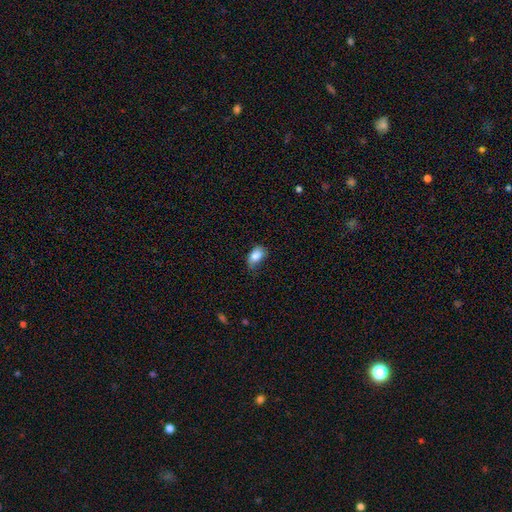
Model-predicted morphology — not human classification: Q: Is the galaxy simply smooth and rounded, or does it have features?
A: smooth — 84%.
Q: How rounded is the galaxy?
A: in between — 90%.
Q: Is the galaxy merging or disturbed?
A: none — 42%.